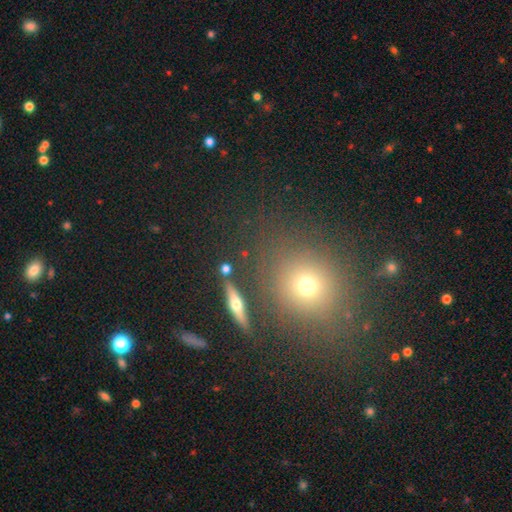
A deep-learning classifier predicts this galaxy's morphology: type=smooth (55%); roundness=round (70%); merging=none (83%).